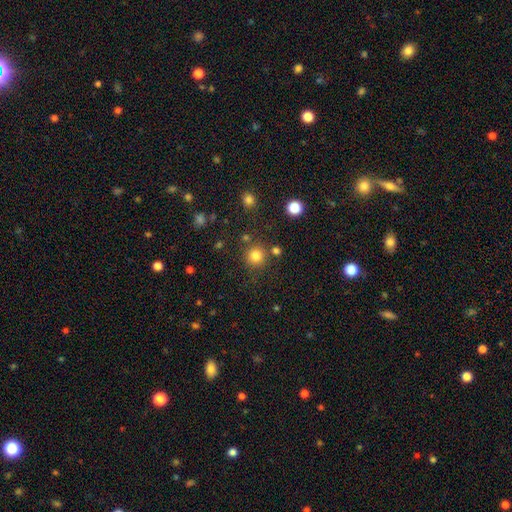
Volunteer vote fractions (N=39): A smooth galaxy with no disk features (85%) that is round (100%). Merging: none (85%).